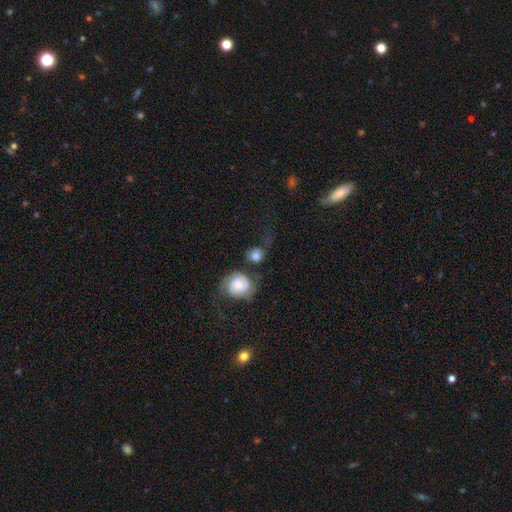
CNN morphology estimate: smooth-or-featured: smooth: 61% | featured or disk: 31% | star or artifact: 9%
  how-rounded: round: 81% | in between: 17% | cigar-shaped: 1%
  merging: none: 43% | merger: 22% | major disturbance: 17% | minor disturbance: 17%